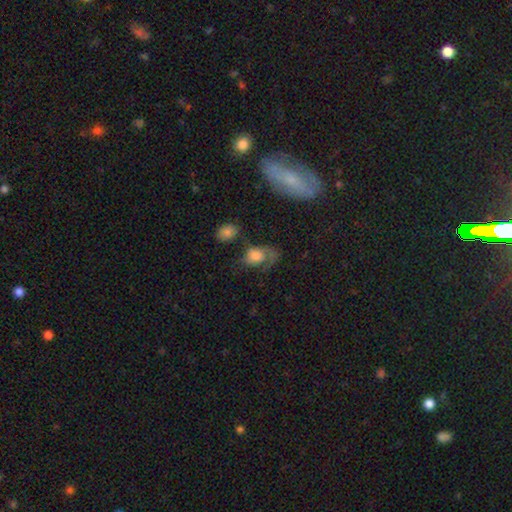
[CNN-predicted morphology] Smooth or featured: smooth — 52% (featured or disk — 38%)
How rounded: in between — 70% (round — 28%)
Merging: major disturbance — 41% (none — 30%)